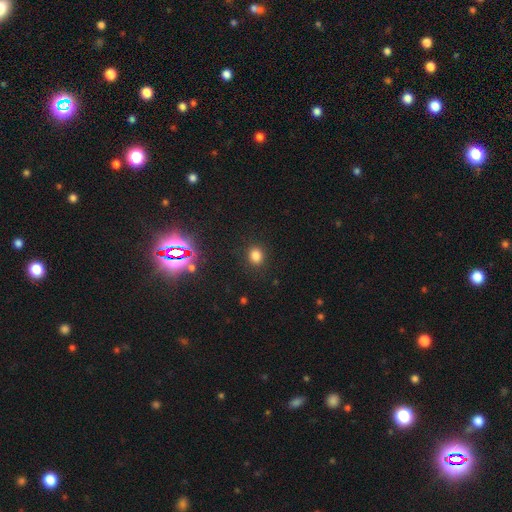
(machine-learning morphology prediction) Smooth or featured? Predicted: smooth (p=0.79). How rounded? Predicted: round (p=0.73). Merging? Predicted: none (p=0.88).